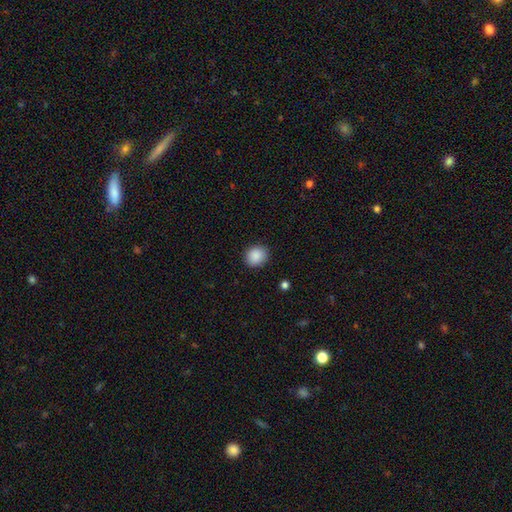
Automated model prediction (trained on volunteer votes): smooth-or-featured: smooth: 89% | star or artifact: 8% | featured or disk: 3%
  how-rounded: round: 77% | in between: 22% | cigar-shaped: 1%
  merging: none: 89% | minor disturbance: 8% | major disturbance: 2% | merger: 1%